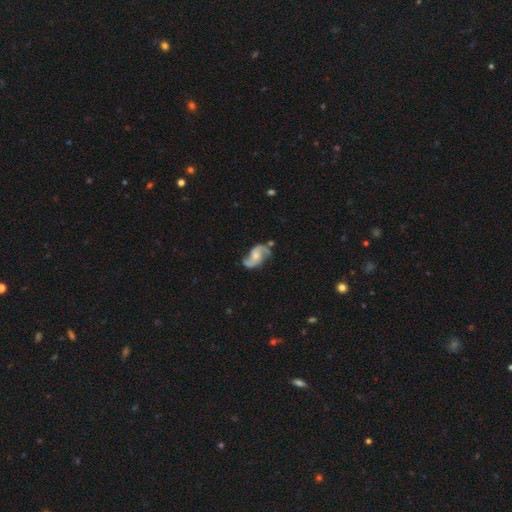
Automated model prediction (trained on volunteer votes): smooth_or_featured: featured or disk (p=0.86) [alt: smooth p=0.09]
disk_edge_on: no (p=0.97) [alt: yes p=0.03]
bar: no (p=0.56) [alt: weak p=0.36]
has_spiral_arms: yes (p=0.96) [alt: no p=0.04]
spiral_winding: loose (p=0.54) [alt: medium p=0.36]
spiral_arm_count: 2 (p=0.92) [alt: can't tell p=0.03]
bulge_size: moderate (p=0.51) [alt: small p=0.37]
merging: none (p=0.65) [alt: minor disturbance p=0.20]